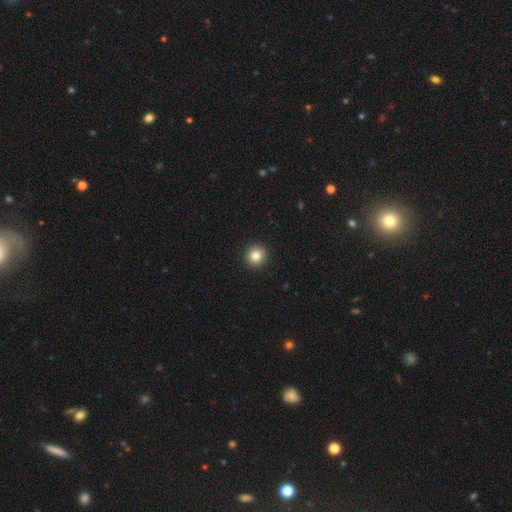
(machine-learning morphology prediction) A smooth galaxy with no disk features (83%) that is round (93%). Merging: none (93%).